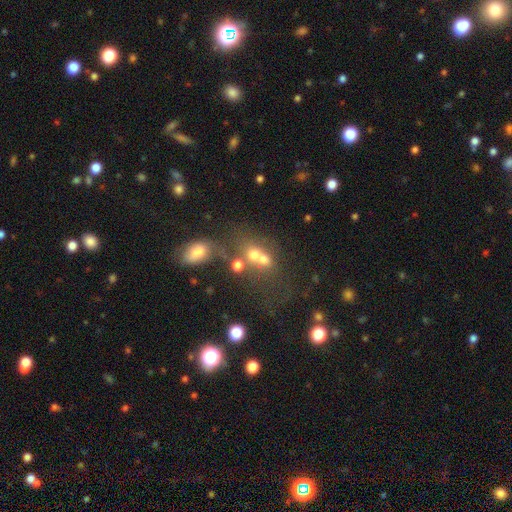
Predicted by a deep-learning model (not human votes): A smooth galaxy with no disk features (49%). Merging: merger (47%).